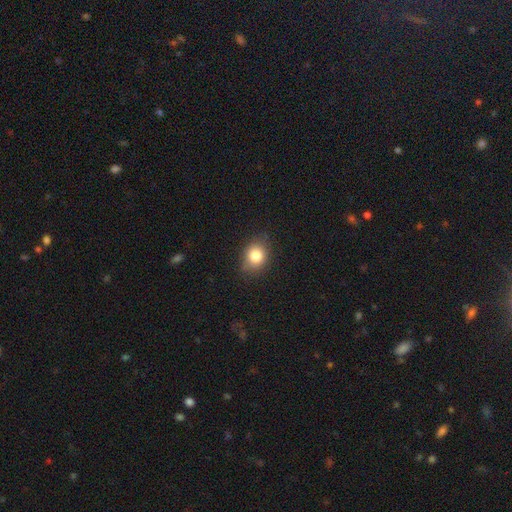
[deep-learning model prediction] smooth_or_featured: smooth (p=0.81) [alt: star or artifact p=0.10]
how_rounded: round (p=0.54) [alt: in between p=0.45]
merging: none (p=0.80) [alt: minor disturbance p=0.16]